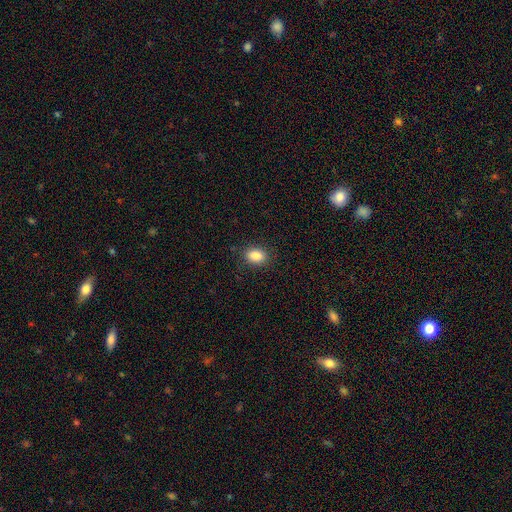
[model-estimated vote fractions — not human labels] Morphology: type=smooth (86%); roundness=in between (79%); merging=none (87%).